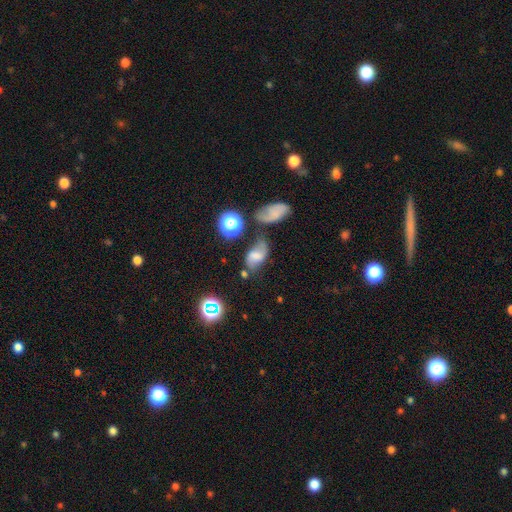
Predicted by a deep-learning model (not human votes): A smooth galaxy with no disk features (47%). Merging: none (46%).